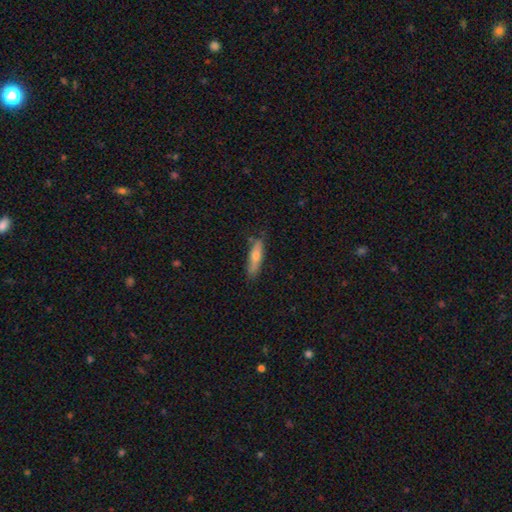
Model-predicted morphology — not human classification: Smooth or featured? Predicted: smooth (p=0.52). How rounded? Predicted: cigar-shaped (p=0.79). Merging? Predicted: none (p=0.81).